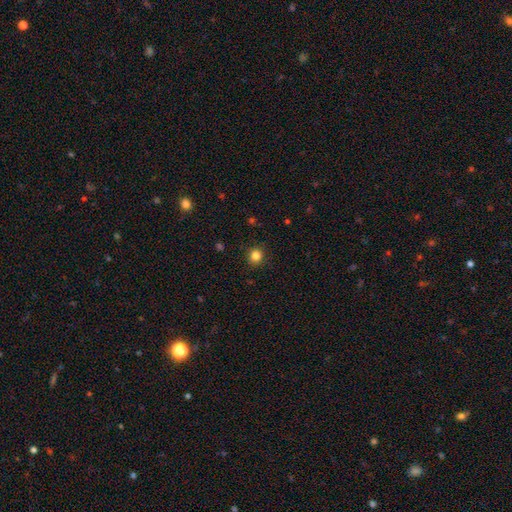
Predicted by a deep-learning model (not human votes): Smooth or featured: smooth — 83% (star or artifact — 12%)
How rounded: round — 91% (in between — 8%)
Merging: none — 91% (minor disturbance — 6%)